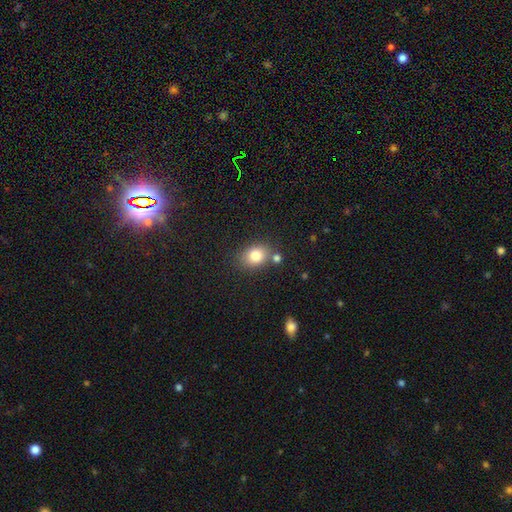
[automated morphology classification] This appears to be a smooth galaxy with no disk features (82%) that is in between round and cigar-shaped (59%). Merging: none (70%).